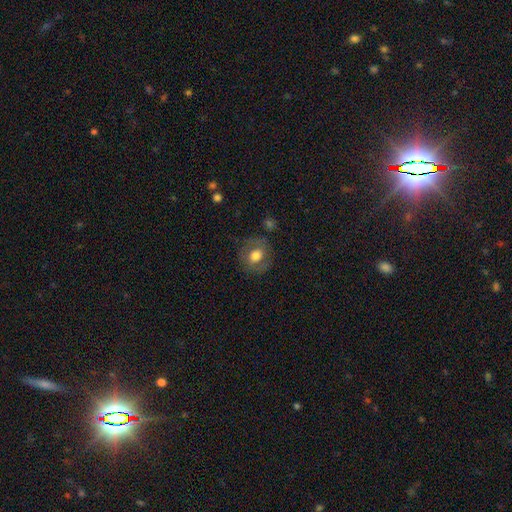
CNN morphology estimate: Q: Smooth or featured?
A: smooth (64%); runner-up: featured or disk (27%)
Q: How rounded?
A: round (67%); runner-up: in between (32%)
Q: Merging?
A: none (77%); runner-up: minor disturbance (14%)